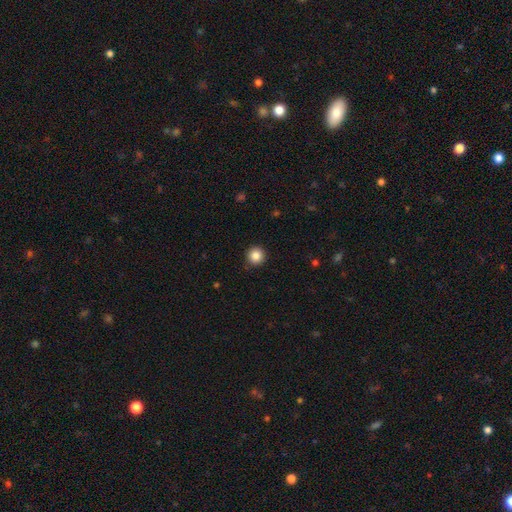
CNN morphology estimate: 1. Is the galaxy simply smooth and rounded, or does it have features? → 85% smooth, 11% star or artifact, 4% featured or disk.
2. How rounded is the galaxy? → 96% round, 3% in between, 1% cigar-shaped.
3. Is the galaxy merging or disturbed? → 91% none, 6% minor disturbance, 2% major disturbance, 1% merger.